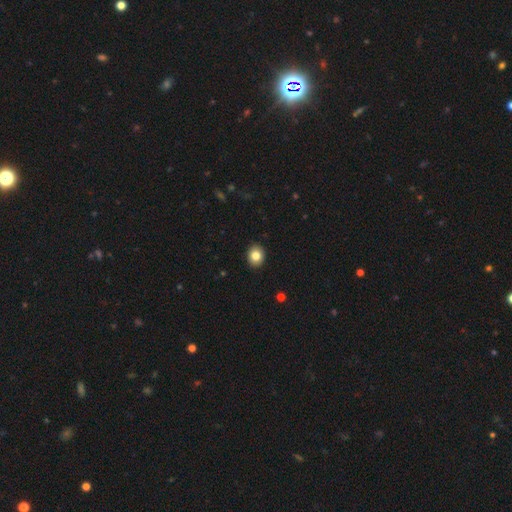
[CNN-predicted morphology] smooth 83%, star or artifact 9%, featured or disk 7%. Down the decision tree: how rounded — round (60%); merging — none (91%).